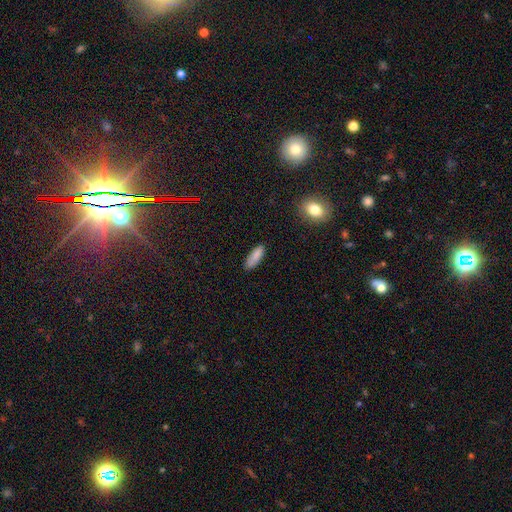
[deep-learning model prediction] smooth-or-featured: smooth: 87% | star or artifact: 8% | featured or disk: 5%
  how-rounded: in between: 56% | cigar-shaped: 42% | round: 2%
  merging: none: 83% | minor disturbance: 13% | major disturbance: 2% | merger: 1%